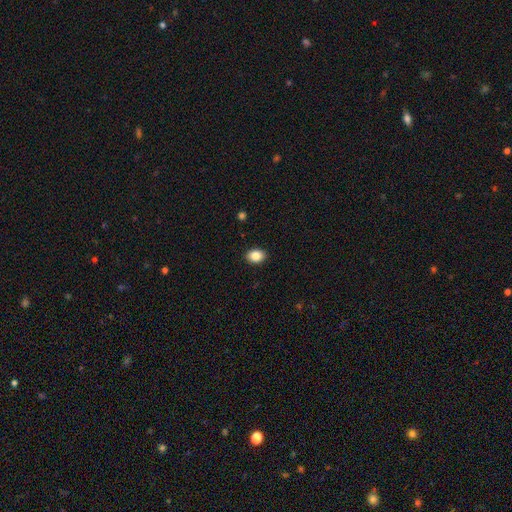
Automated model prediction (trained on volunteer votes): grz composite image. It shows a smooth galaxy with no disk features (86%) that is in between round and cigar-shaped (67%). Merging: none (90%).